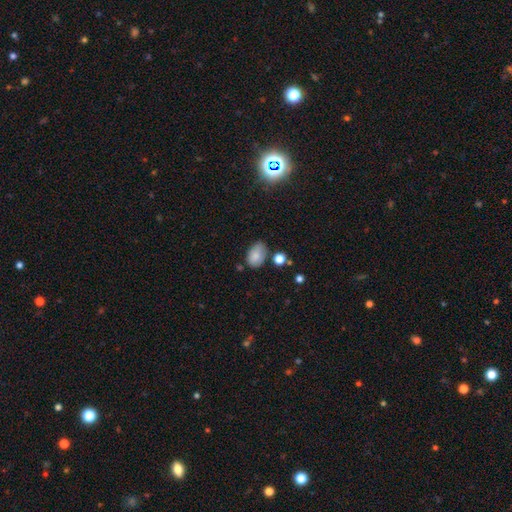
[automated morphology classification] smooth_or_featured: smooth (p=0.81) [alt: featured or disk p=0.10]
how_rounded: in between (p=0.87) [alt: round p=0.12]
merging: none (p=0.58) [alt: minor disturbance p=0.29]